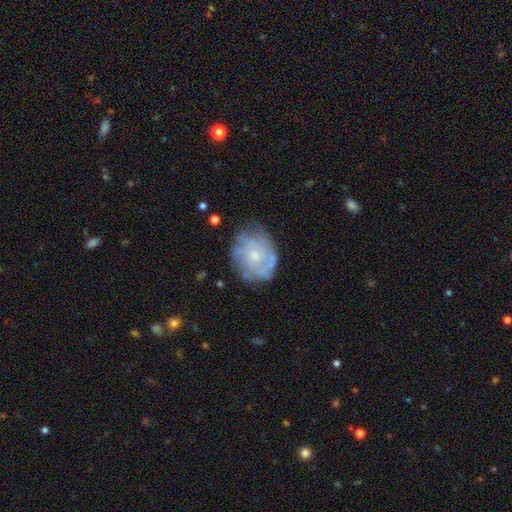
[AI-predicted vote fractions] smooth-or-featured: featured or disk: 68% | smooth: 24% | star or artifact: 8%
  disk-edge-on: no: 97% | yes: 3%
    bar: no: 81% | weak: 17% | strong: 2%
    has-spiral-arms: yes: 77% | no: 23%
      spiral-winding: tight: 55% | medium: 31% | loose: 14%
      spiral-arm-count: can't tell: 52% | 4: 15% | 3: 11% | 2: 9% | more than 4: 8% | 1: 5%
    bulge-size: small: 66% | moderate: 27% | none: 4% | large: 1% | dominant: 1%
  merging: none: 68% | minor disturbance: 21% | major disturbance: 9% | merger: 2%